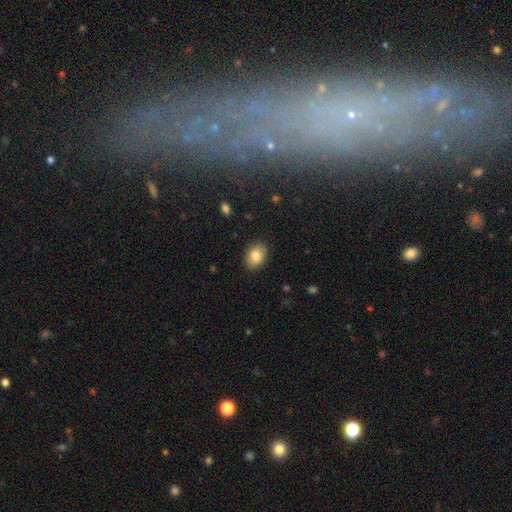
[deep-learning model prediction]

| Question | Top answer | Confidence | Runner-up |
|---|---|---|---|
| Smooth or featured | smooth | 84% | featured or disk (8%) |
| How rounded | in between | 78% | round (20%) |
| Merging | none | 87% | minor disturbance (10%) |